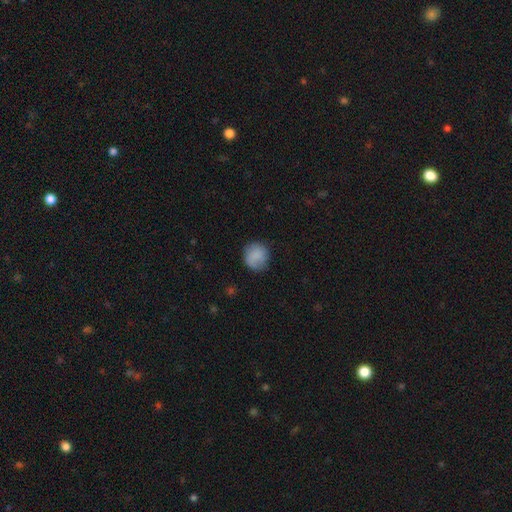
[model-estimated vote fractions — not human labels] Overall: smooth (84%). How rounded: round (87%). Merging: none (76%).